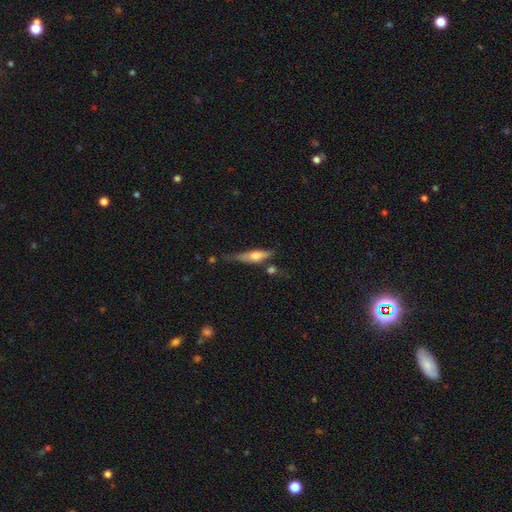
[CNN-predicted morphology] A featured or disk galaxy (48%). Merging: none (52%).